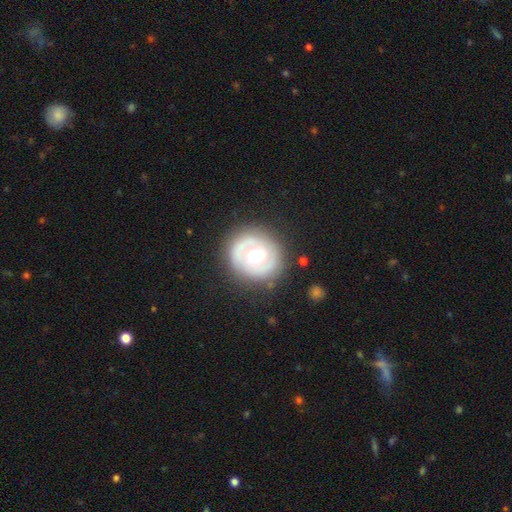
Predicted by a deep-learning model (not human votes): smooth_or_featured: featured or disk (p=0.58) [alt: smooth p=0.35]
disk_edge_on: no (p=0.96) [alt: yes p=0.04]
bar: no (p=0.74) [alt: weak p=0.19]
has_spiral_arms: no (p=0.74) [alt: yes p=0.26]
bulge_size: large (p=0.48) [alt: moderate p=0.41]
merging: none (p=0.78) [alt: minor disturbance p=0.14]